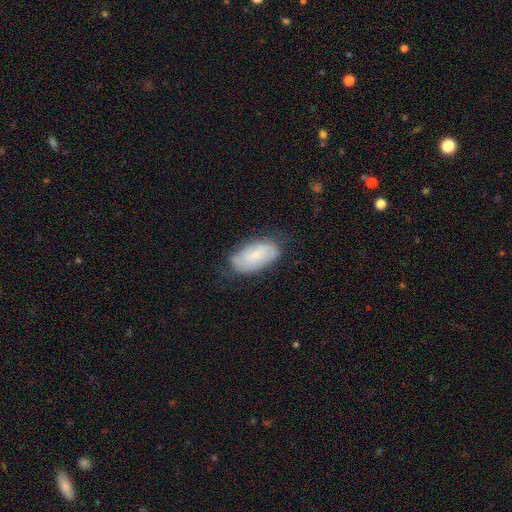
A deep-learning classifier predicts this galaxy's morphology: Smooth or featured? smooth (47%)
Merging? none (67%)